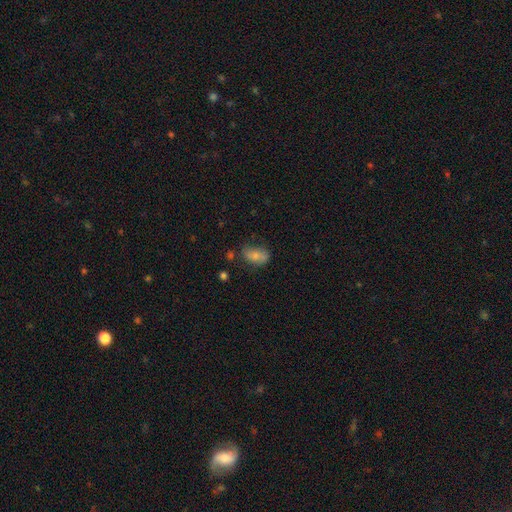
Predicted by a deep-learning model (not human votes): Morphology: type=smooth (75%); roundness=in between (88%); merging=none (55%).